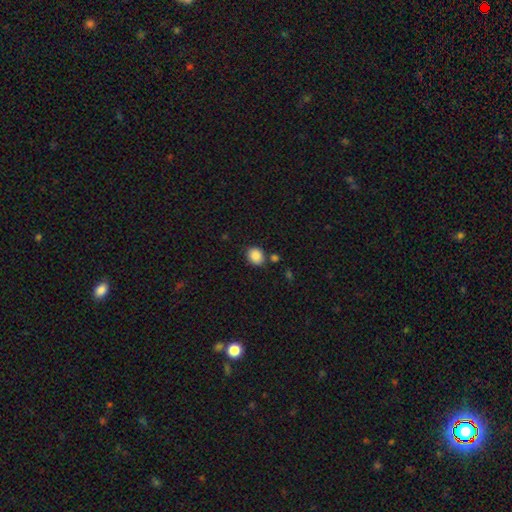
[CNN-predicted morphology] Smooth or featured?
  - smooth: 88% *
  - star or artifact: 9%
  - featured or disk: 3%
How rounded?
  - round: 60% *
  - in between: 39%
  - cigar-shaped: 1%
Merging?
  - none: 78% *
  - minor disturbance: 12%
  - merger: 7%
  - major disturbance: 3%